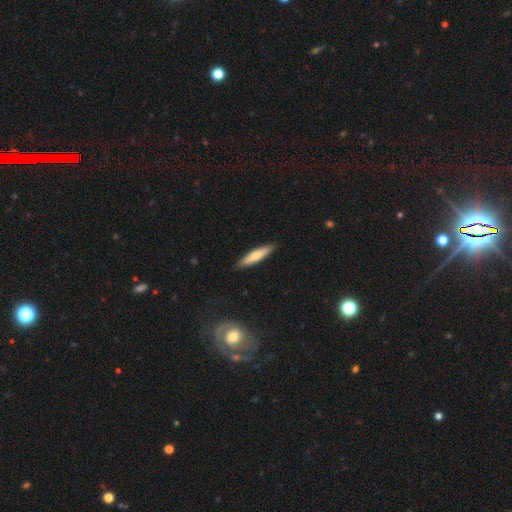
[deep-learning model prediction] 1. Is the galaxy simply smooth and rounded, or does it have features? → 68% smooth, 26% featured or disk, 6% star or artifact.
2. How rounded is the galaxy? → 82% cigar-shaped, 17% in between, 1% round.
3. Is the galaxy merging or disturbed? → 89% none, 8% minor disturbance, 2% major disturbance, 1% merger.